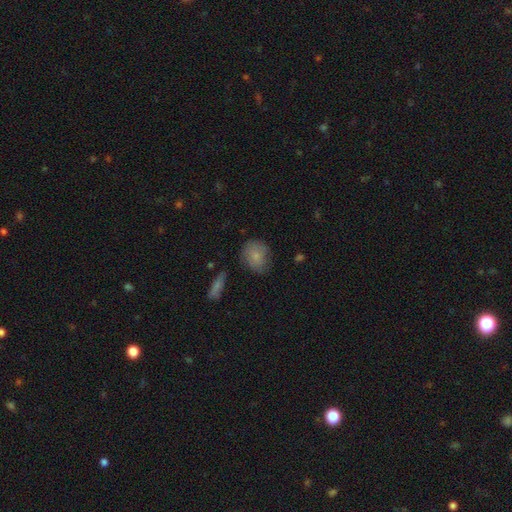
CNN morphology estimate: A smooth galaxy with no disk features (79%) that is round (63%).

Vote fractions:
- Smooth or featured? smooth: 79% / featured or disk: 14% / star or artifact: 7%
- How rounded? round: 63% / in between: 36% / cigar-shaped: 1%
- Merging? none: 66% / minor disturbance: 25% / major disturbance: 7% / merger: 3%